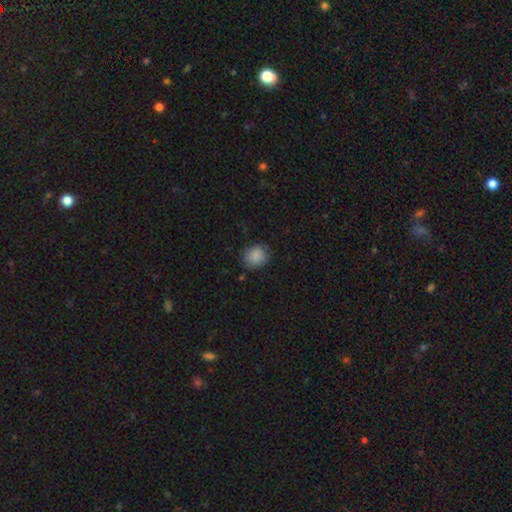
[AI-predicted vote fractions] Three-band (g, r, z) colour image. It shows a smooth galaxy with no disk features (88%) that is round (75%). Merging: none (80%).